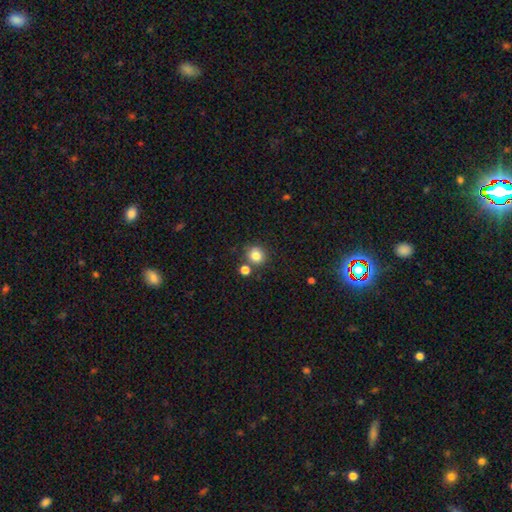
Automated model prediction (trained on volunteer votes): smooth-or-featured: smooth: 83% | star or artifact: 12% | featured or disk: 6%
  how-rounded: round: 85% | in between: 14% | cigar-shaped: 1%
  merging: none: 74% | merger: 13% | minor disturbance: 10% | major disturbance: 3%